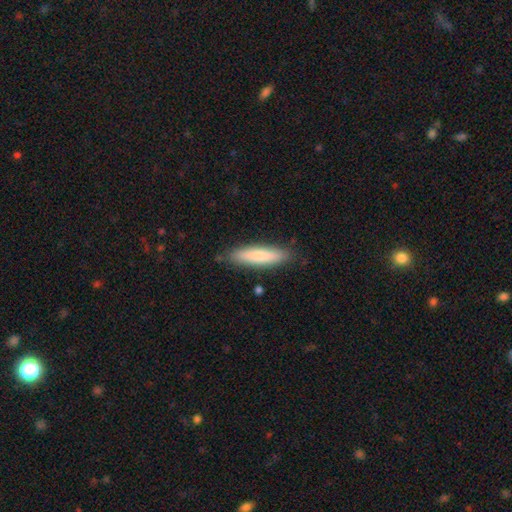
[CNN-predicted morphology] A smooth galaxy with no disk features (78%) that is cigar-shaped (79%).

Vote fractions:
- Smooth or featured? smooth: 78% / featured or disk: 16% / star or artifact: 6%
- How rounded? cigar-shaped: 79% / in between: 20% / round: 1%
- Merging? none: 86% / minor disturbance: 11% / major disturbance: 2% / merger: 1%